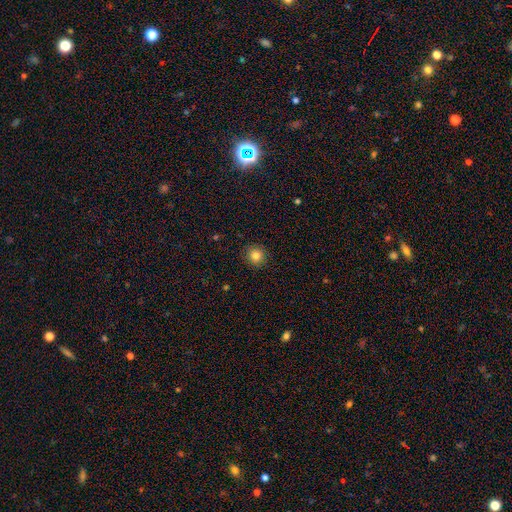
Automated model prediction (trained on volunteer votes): Smooth or featured?
  - smooth: 83% *
  - star or artifact: 11%
  - featured or disk: 6%
How rounded?
  - round: 92% *
  - in between: 7%
  - cigar-shaped: 1%
Merging?
  - none: 90% *
  - minor disturbance: 7%
  - major disturbance: 2%
  - merger: 1%